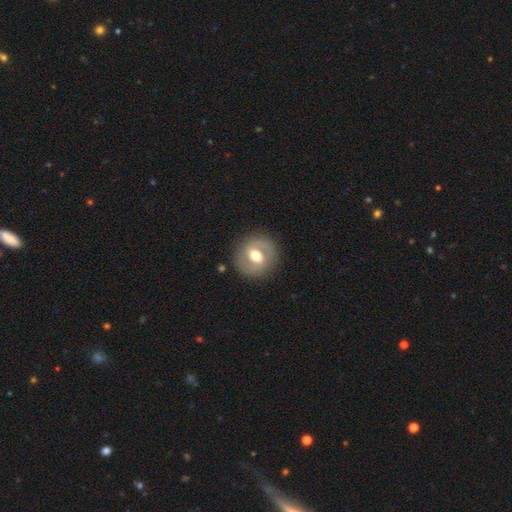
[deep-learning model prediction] A featured or disk galaxy (57%) with a weak bar (48%), spiral arms (54%) and a moderate central bulge (73%).

Vote fractions:
- Smooth or featured? featured or disk: 57% / smooth: 37% / star or artifact: 7%
- Edge-on disk? no: 96% / yes: 4%
- Bar? weak: 48% / strong: 27% / no: 25%
- Spiral arms? yes: 54% / no: 46%
- Bulge size? moderate: 73% / large: 14% / small: 10% / dominant: 1% / none: 1%
- Merging? none: 85% / minor disturbance: 9% / major disturbance: 4% / merger: 1%